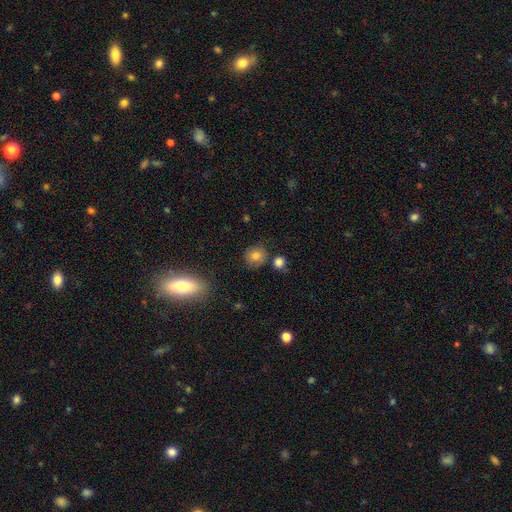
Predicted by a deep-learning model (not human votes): smooth_or_featured: smooth (p=0.80) [alt: star or artifact p=0.12]
how_rounded: round (p=0.84) [alt: in between p=0.15]
merging: none (p=0.78) [alt: minor disturbance p=0.12]